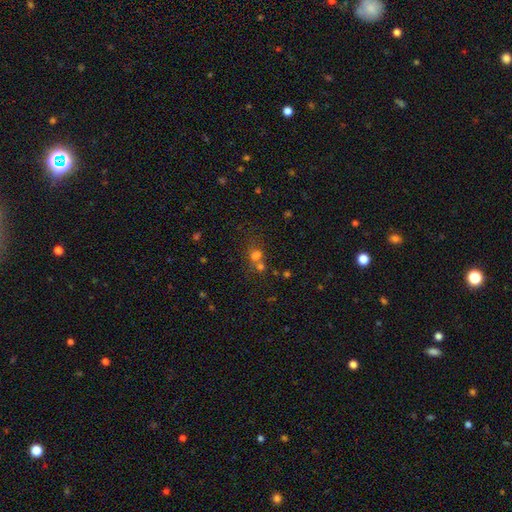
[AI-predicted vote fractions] Smooth or featured? Predicted: smooth (p=0.61). How rounded? Predicted: round (p=0.71). Merging? Predicted: merger (p=0.46).